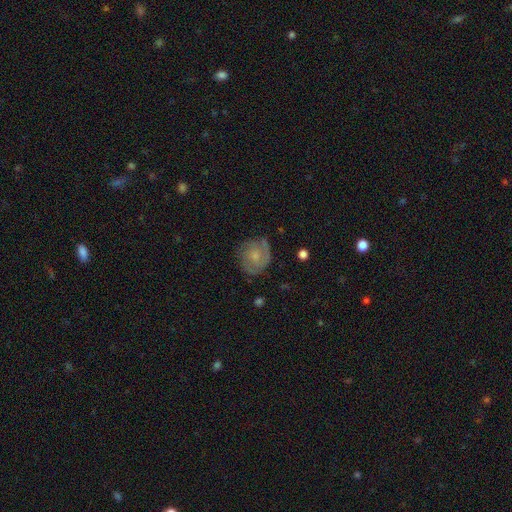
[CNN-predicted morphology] The model was most divided on "smooth or featured": featured or disk: 55%, smooth: 37%, star or artifact: 7%. More confident: edge-on disk — no (97%); spiral arms — yes (80%); bar — no (75%); merging — none (72%); bulge size — small (53%).